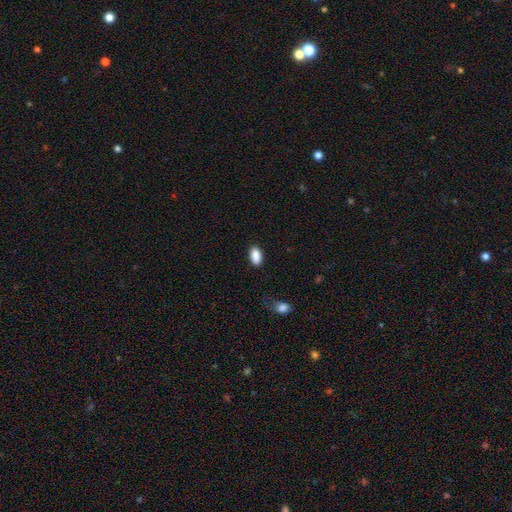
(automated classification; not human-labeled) Q: Smooth or featured?
A: smooth (89%); runner-up: star or artifact (7%)
Q: How rounded?
A: in between (92%); runner-up: round (4%)
Q: Merging?
A: none (85%); runner-up: minor disturbance (11%)